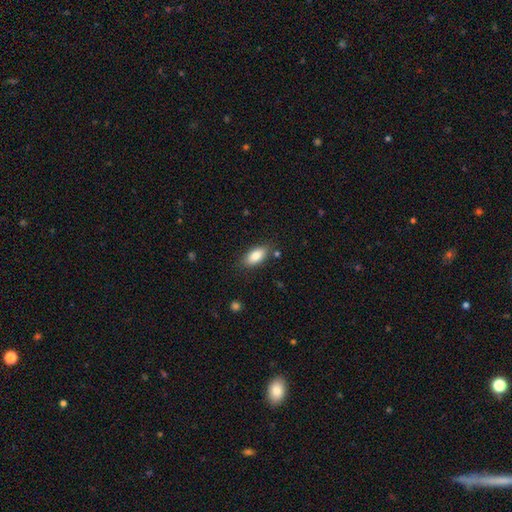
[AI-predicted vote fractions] Smooth or featured: smooth — 85% (featured or disk — 8%)
How rounded: in between — 89% (cigar-shaped — 8%)
Merging: none — 82% (minor disturbance — 12%)